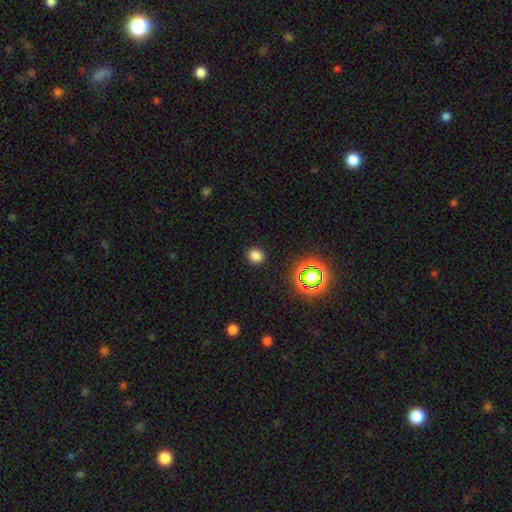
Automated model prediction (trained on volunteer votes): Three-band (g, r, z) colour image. It shows a smooth galaxy with no disk features (78%) that is round (85%). Merging: none (91%).